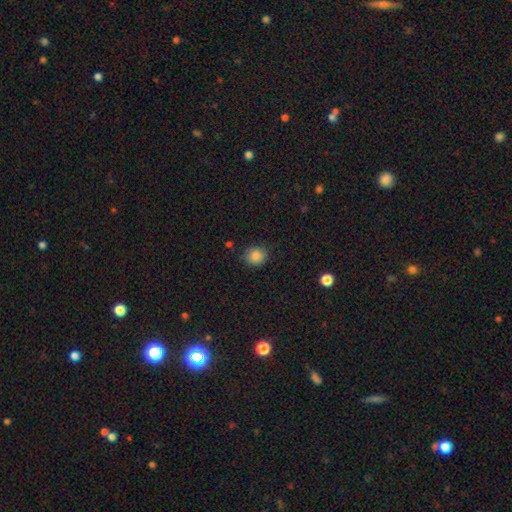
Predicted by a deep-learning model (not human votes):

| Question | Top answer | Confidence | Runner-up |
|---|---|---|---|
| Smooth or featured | smooth | 86% | star or artifact (10%) |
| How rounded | round | 84% | in between (15%) |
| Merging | none | 82% | minor disturbance (13%) |